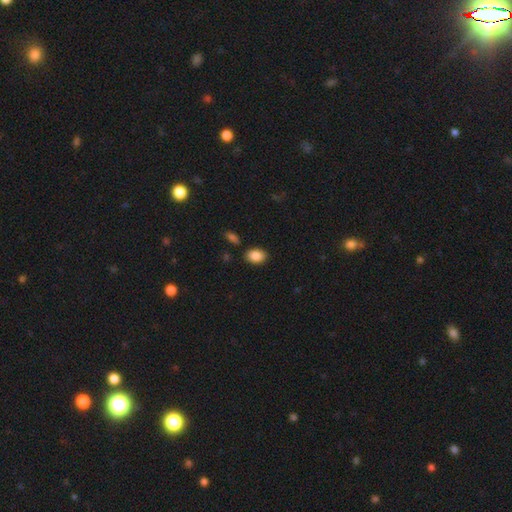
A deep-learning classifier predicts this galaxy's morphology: Overall: smooth (87%). How rounded: in between (82%). Merging: none (85%).